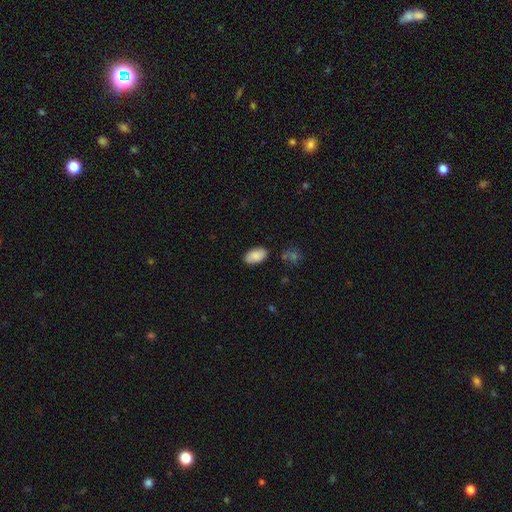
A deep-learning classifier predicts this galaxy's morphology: A smooth galaxy with no disk features (87%) that is in between round and cigar-shaped (95%).

Vote fractions:
- Smooth or featured? smooth: 87% / featured or disk: 7% / star or artifact: 7%
- How rounded? in between: 95% / round: 4% / cigar-shaped: 1%
- Merging? none: 84% / minor disturbance: 12% / major disturbance: 3% / merger: 2%